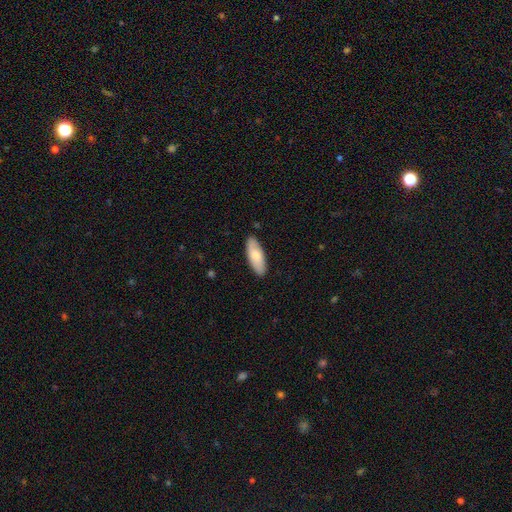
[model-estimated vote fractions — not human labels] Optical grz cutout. It shows a smooth galaxy with no disk features (74%) that is in between round and cigar-shaped (75%). Merging: none (88%).